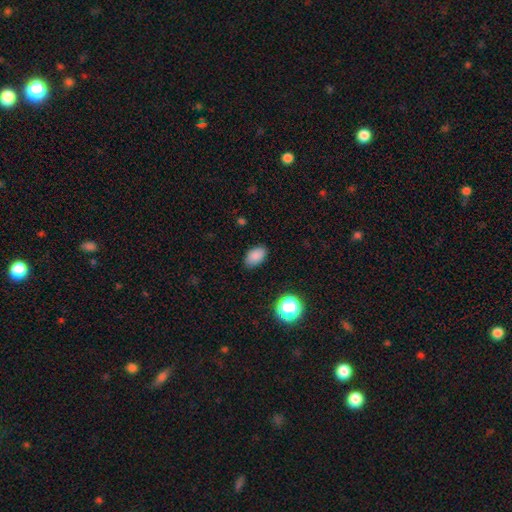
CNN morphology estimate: smooth 85%, star or artifact 11%, featured or disk 4%. Down the decision tree: how rounded — in between (89%); merging — none (84%).